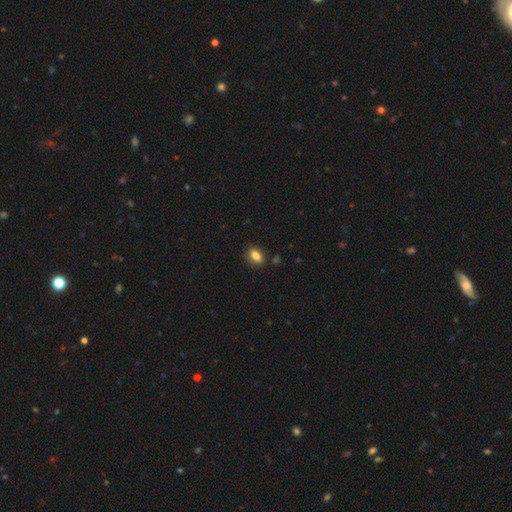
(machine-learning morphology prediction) This appears to be a smooth galaxy with no disk features (85%) that is in between round and cigar-shaped (84%). Merging: none (82%).